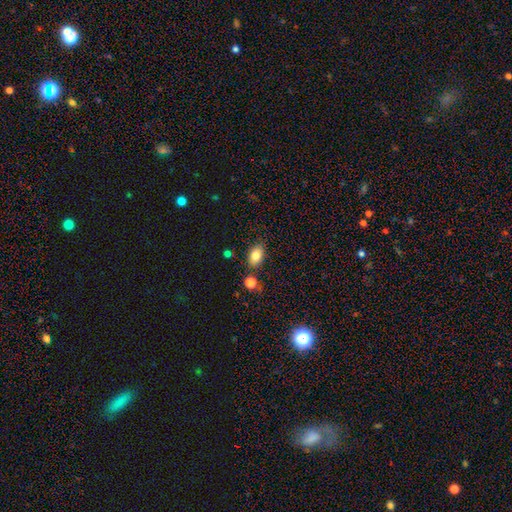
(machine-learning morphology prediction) Smooth or featured? Predicted: smooth (p=0.81). How rounded? Predicted: in between (p=0.85). Merging? Predicted: none (p=0.80).